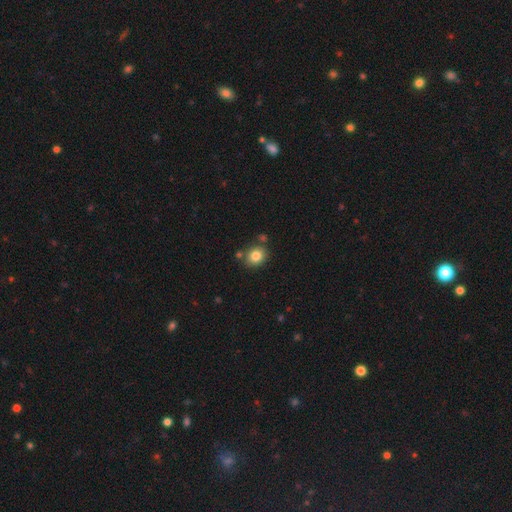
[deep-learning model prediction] Smooth or featured?
  - smooth: 82% *
  - star or artifact: 10%
  - featured or disk: 8%
How rounded?
  - round: 66% *
  - in between: 33%
  - cigar-shaped: 1%
Merging?
  - none: 78% *
  - minor disturbance: 11%
  - merger: 8%
  - major disturbance: 3%